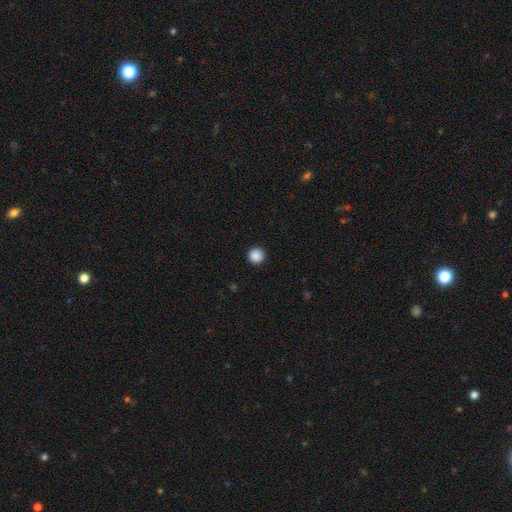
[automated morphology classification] Smooth or featured? Predicted: smooth (p=0.89). How rounded? Predicted: round (p=0.96). Merging? Predicted: none (p=0.93).